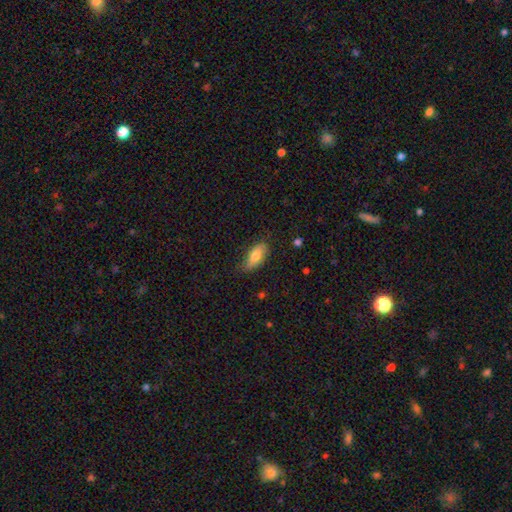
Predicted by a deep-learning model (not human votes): Overall: smooth (75%). How rounded: in between (84%). Merging: none (71%).